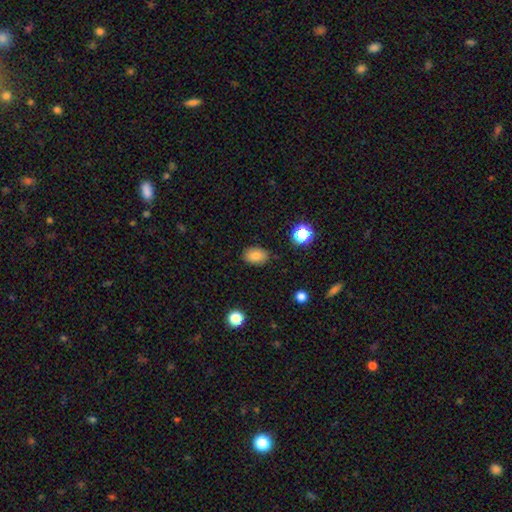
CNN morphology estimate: smooth 81%, star or artifact 11%, featured or disk 8%. Down the decision tree: how rounded — in between (79%); merging — none (85%).